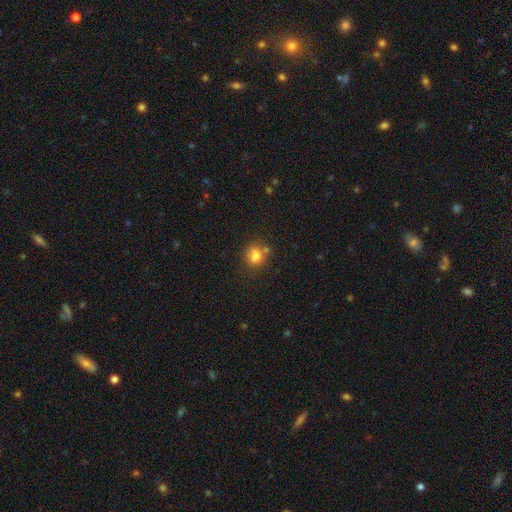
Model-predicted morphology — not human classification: The model was most divided on "how rounded": round: 67%, in between: 31%, cigar-shaped: 1%. More confident: smooth or featured — smooth (76%); merging — none (58%).